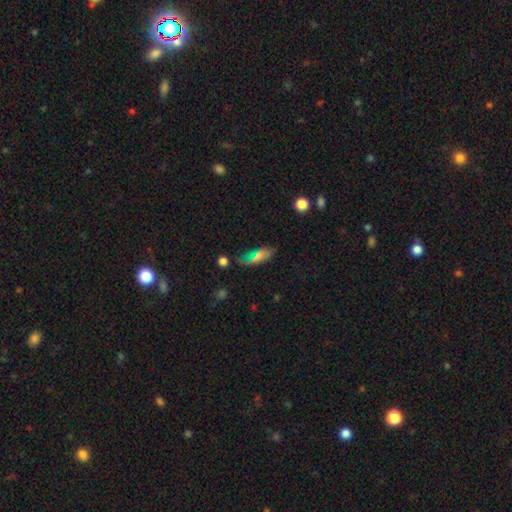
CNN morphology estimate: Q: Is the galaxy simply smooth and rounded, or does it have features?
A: smooth — 60%.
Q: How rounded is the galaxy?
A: in between — 72%.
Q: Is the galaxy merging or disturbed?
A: none — 71%.